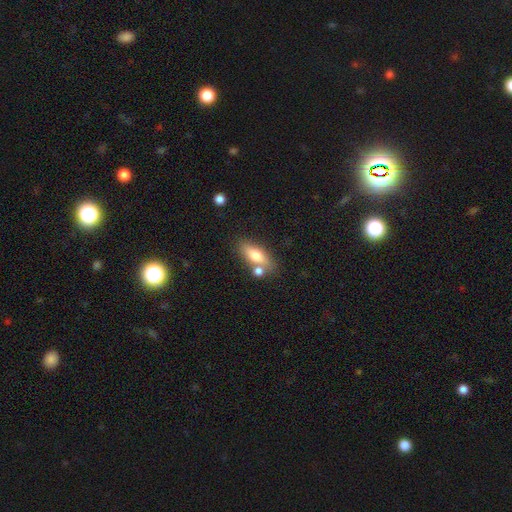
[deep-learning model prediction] Smooth or featured: smooth — 71% (featured or disk — 22%)
How rounded: in between — 71% (cigar-shaped — 23%)
Merging: none — 63% (merger — 20%)